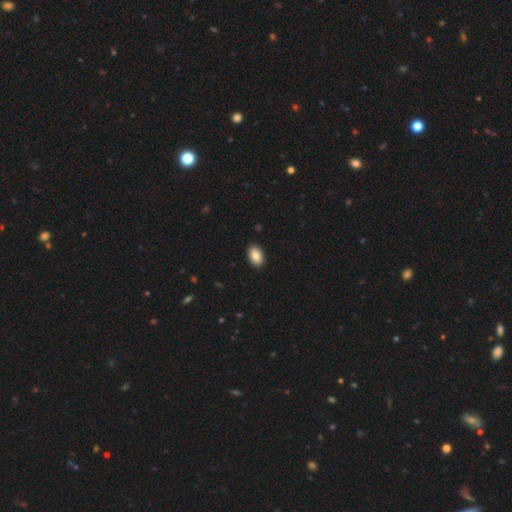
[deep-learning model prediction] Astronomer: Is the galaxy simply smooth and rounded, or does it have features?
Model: smooth — 87%.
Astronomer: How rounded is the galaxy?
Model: in between — 92%.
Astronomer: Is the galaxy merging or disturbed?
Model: none — 90%.